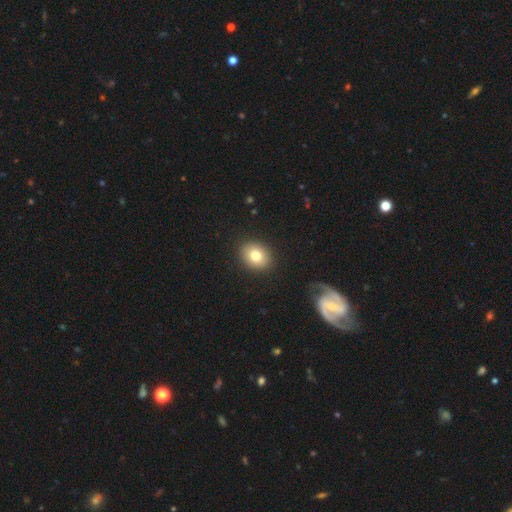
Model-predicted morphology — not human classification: This appears to be a smooth galaxy with no disk features (80%) that is in between round and cigar-shaped (52%). Merging: none (89%).